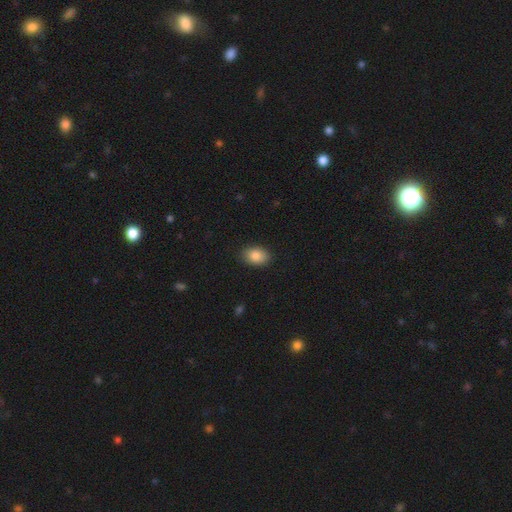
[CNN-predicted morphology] This is clearly a smooth galaxy (87%). How rounded: clearly in between (83%). Merging: clearly none (88%).